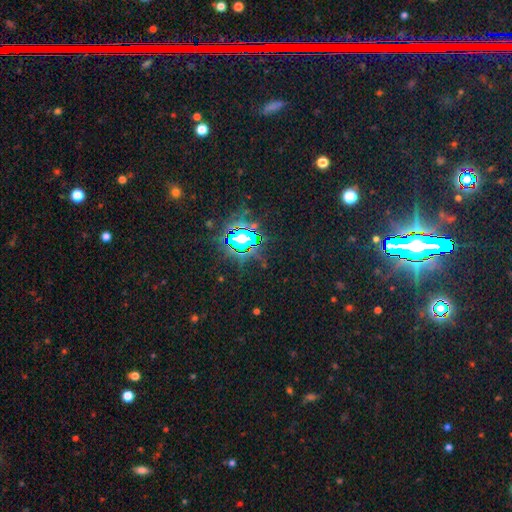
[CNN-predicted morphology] This appears to be a star or artifact, not a galaxy (84%).